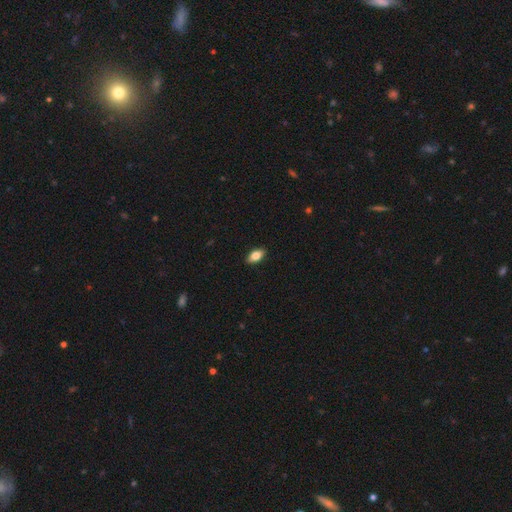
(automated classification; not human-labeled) Morphology: type=smooth (78%); roundness=in between (89%); merging=none (90%).